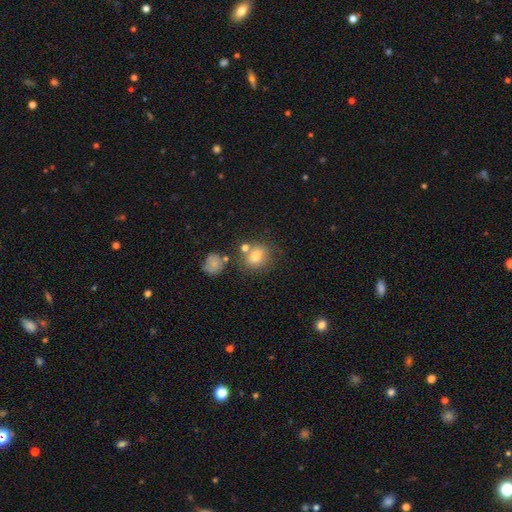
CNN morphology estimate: type=smooth (75%); roundness=round (76%); merging=none (64%).